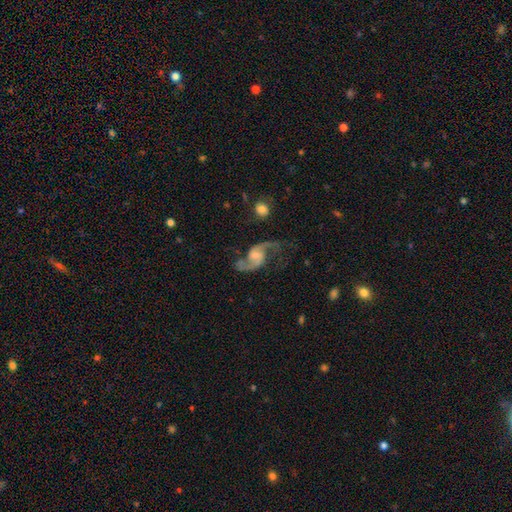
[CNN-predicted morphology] This appears to be a featured or disk galaxy (89%) with no bar (47%), 2 (93%) loose (67%) spiral arms (97%) and a small central bulge (41%). Merging: none (67%).